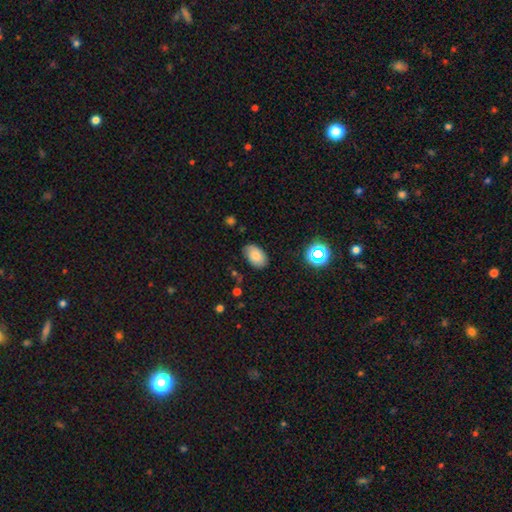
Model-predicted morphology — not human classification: A smooth galaxy with no disk features (78%) that is in between round and cigar-shaped (91%).

Vote fractions:
- Smooth or featured? smooth: 78% / featured or disk: 11% / star or artifact: 11%
- How rounded? in between: 91% / round: 8% / cigar-shaped: 1%
- Merging? none: 78% / minor disturbance: 17% / major disturbance: 3% / merger: 2%